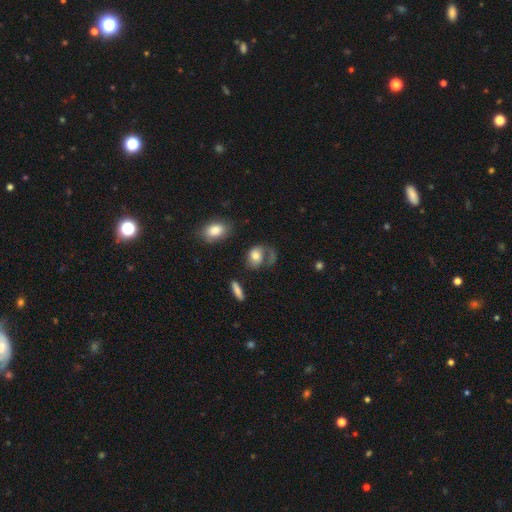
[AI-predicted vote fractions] smooth-or-featured: smooth: 63% | featured or disk: 28% | star or artifact: 9%
  how-rounded: in between: 63% | round: 35% | cigar-shaped: 2%
  merging: major disturbance: 35% | none: 34% | minor disturbance: 21% | merger: 10%